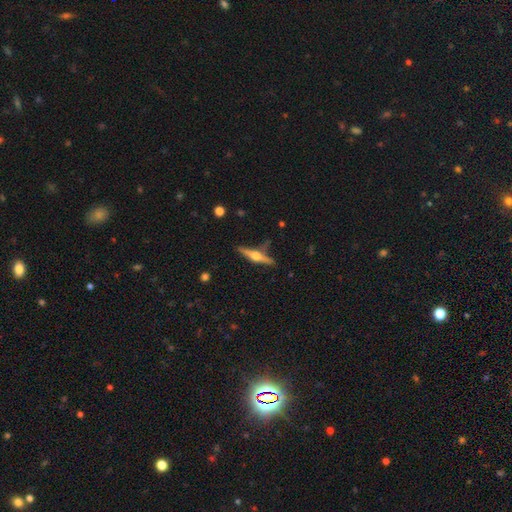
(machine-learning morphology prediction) Smooth or featured? Predicted: featured or disk (p=0.73). Edge-on disk? Predicted: yes (p=0.97). Edge-on bulge? Predicted: rounded (p=0.94). Merging? Predicted: none (p=0.79).